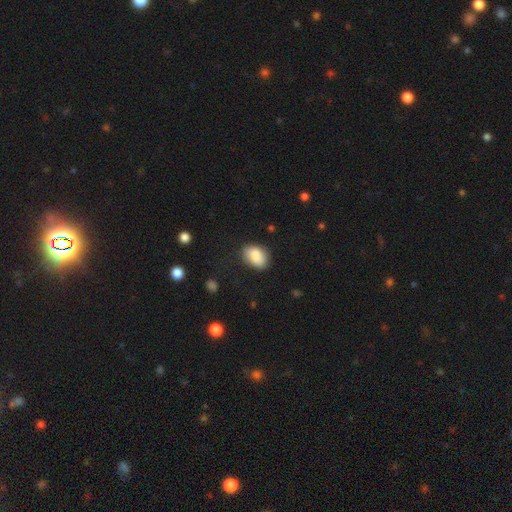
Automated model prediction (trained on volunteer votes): Smooth or featured?
  - smooth: 85% *
  - featured or disk: 8%
  - star or artifact: 7%
How rounded?
  - in between: 79% *
  - round: 20%
  - cigar-shaped: 1%
Merging?
  - none: 72% *
  - minor disturbance: 21%
  - major disturbance: 5%
  - merger: 2%